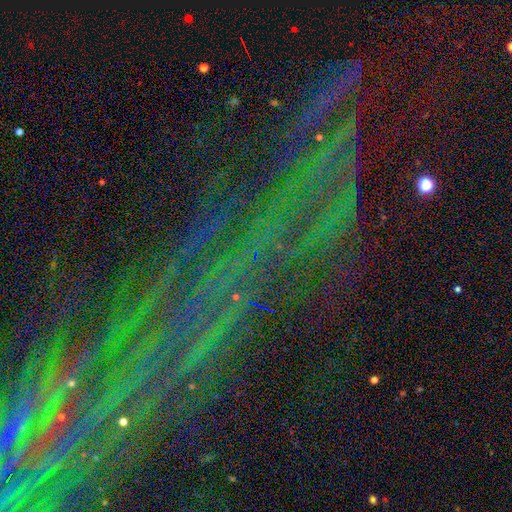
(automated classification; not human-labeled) Morphology: type=star or artifact (83%).